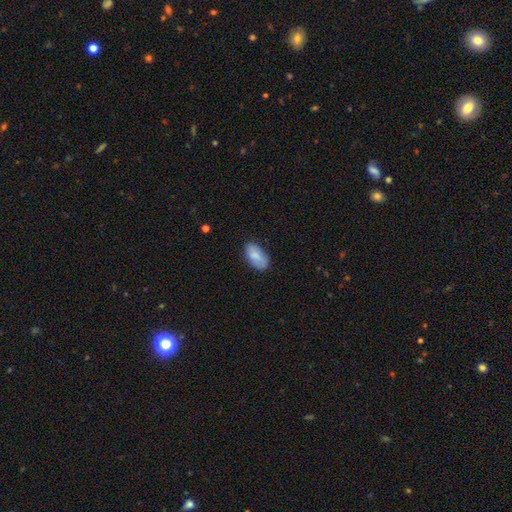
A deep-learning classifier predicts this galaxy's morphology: The model was most divided on "merging": none: 76%, minor disturbance: 19%, major disturbance: 4%, merger: 1%. More confident: how rounded — in between (94%); smooth or featured — smooth (83%).